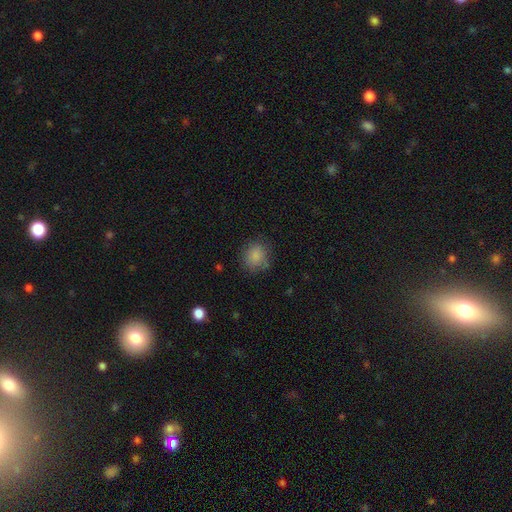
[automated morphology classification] smooth-or-featured: smooth: 83% | star or artifact: 10% | featured or disk: 7%
  how-rounded: round: 72% | in between: 28% | cigar-shaped: 1%
  merging: none: 74% | minor disturbance: 18% | major disturbance: 6% | merger: 2%